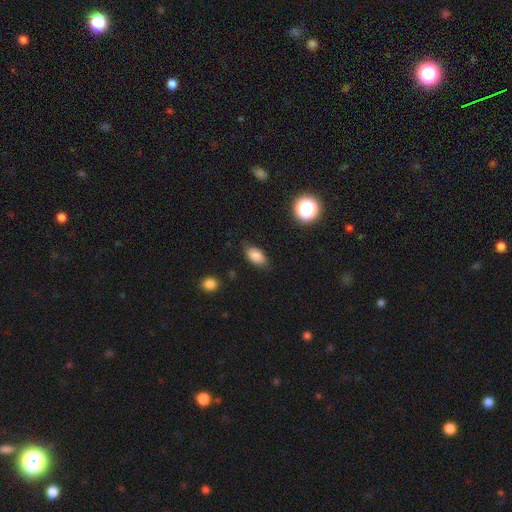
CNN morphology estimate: smooth_or_featured: smooth (p=0.83) [alt: star or artifact p=0.09]
how_rounded: in between (p=0.90) [alt: round p=0.07]
merging: none (p=0.78) [alt: minor disturbance p=0.16]